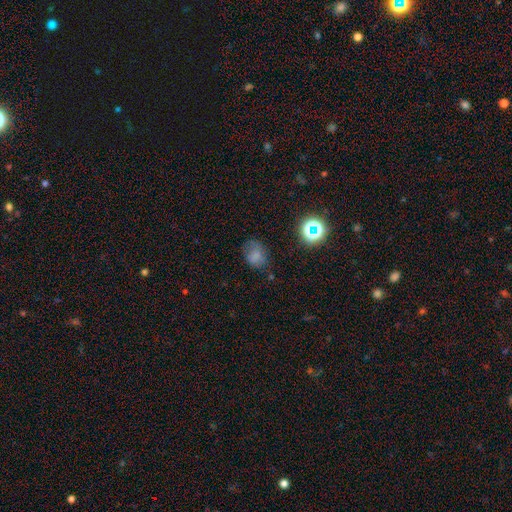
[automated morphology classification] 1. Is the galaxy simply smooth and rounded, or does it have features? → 69% smooth, 19% star or artifact, 12% featured or disk.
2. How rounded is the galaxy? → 57% in between, 42% round, 1% cigar-shaped.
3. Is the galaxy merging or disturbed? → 58% none, 26% minor disturbance, 13% major disturbance, 3% merger.